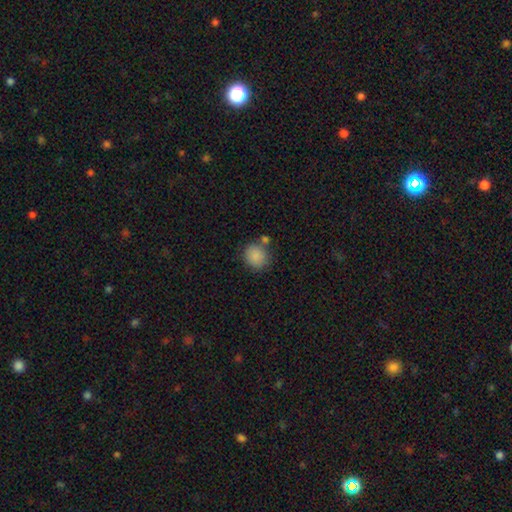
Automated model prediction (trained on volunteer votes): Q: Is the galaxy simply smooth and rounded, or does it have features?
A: smooth — 86%.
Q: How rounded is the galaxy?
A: round — 81%.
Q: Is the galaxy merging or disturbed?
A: none — 67%.